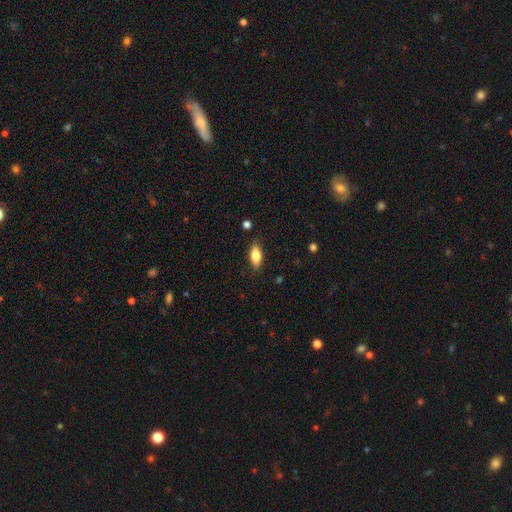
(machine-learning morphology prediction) smooth_or_featured: smooth (p=0.79) [alt: featured or disk p=0.14]
how_rounded: in between (p=0.82) [alt: cigar-shaped p=0.15]
merging: none (p=0.84) [alt: minor disturbance p=0.12]